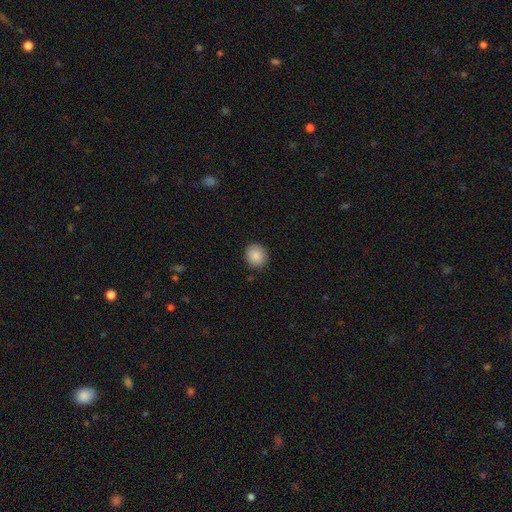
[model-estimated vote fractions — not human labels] Overall: smooth (88%). How rounded: round (81%). Merging: none (88%).